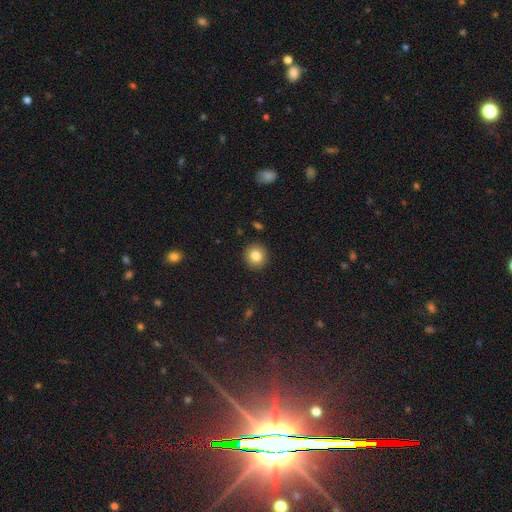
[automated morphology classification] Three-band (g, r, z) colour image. It shows a smooth galaxy with no disk features (83%) that is round (91%). Merging: none (92%).